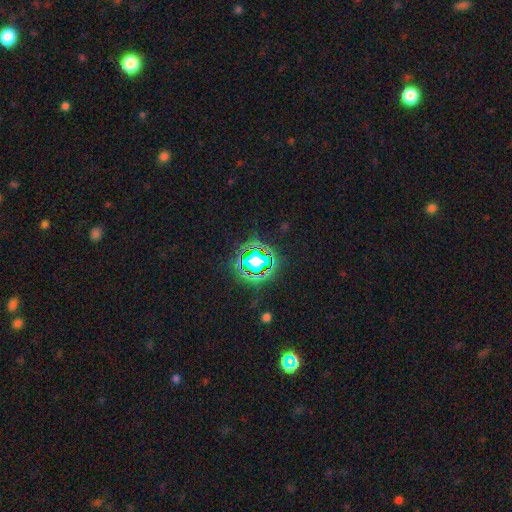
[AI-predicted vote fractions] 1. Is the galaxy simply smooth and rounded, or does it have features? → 79% star or artifact, 14% smooth, 7% featured or disk.